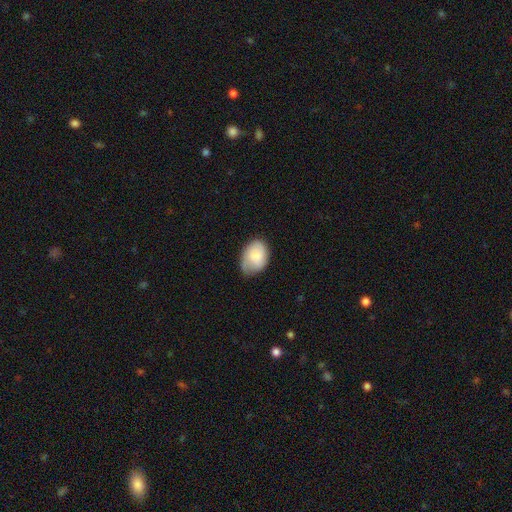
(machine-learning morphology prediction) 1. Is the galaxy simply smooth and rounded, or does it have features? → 78% smooth, 15% featured or disk, 6% star or artifact.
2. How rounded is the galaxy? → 79% in between, 20% round, 1% cigar-shaped.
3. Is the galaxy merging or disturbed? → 52% none, 38% minor disturbance, 9% major disturbance, 2% merger.